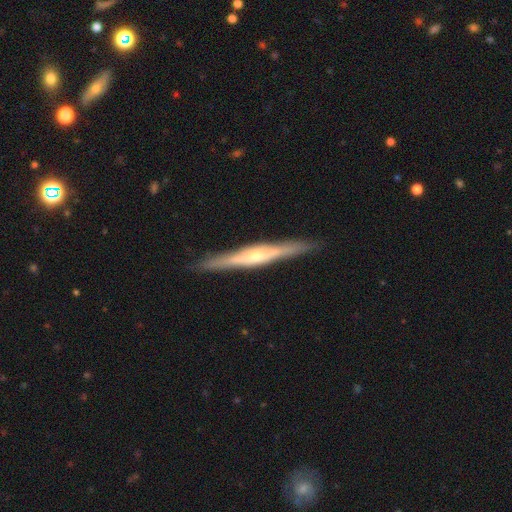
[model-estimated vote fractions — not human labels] smooth_or_featured: featured or disk (p=0.78) [alt: smooth p=0.17]
disk_edge_on: yes (p=0.97) [alt: no p=0.03]
edge_on_bulge: rounded (p=0.77) [alt: boxy p=0.13]
merging: none (p=0.91) [alt: minor disturbance p=0.07]